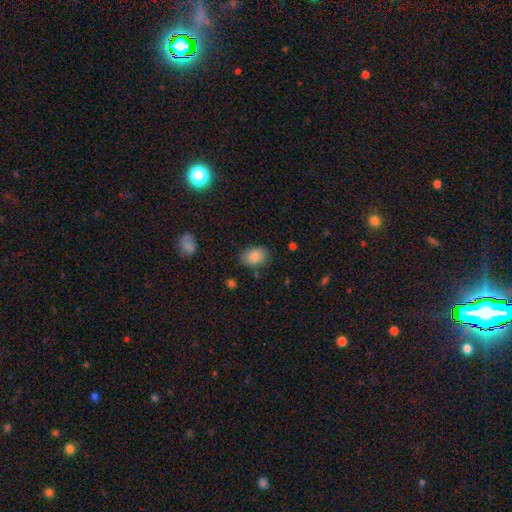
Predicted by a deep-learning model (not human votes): A smooth galaxy with no disk features (87%) that is in between round and cigar-shaped (77%).

Vote fractions:
- Smooth or featured? smooth: 87% / star or artifact: 8% / featured or disk: 5%
- How rounded? in between: 77% / round: 22% / cigar-shaped: 1%
- Merging? none: 78% / minor disturbance: 16% / major disturbance: 4% / merger: 2%